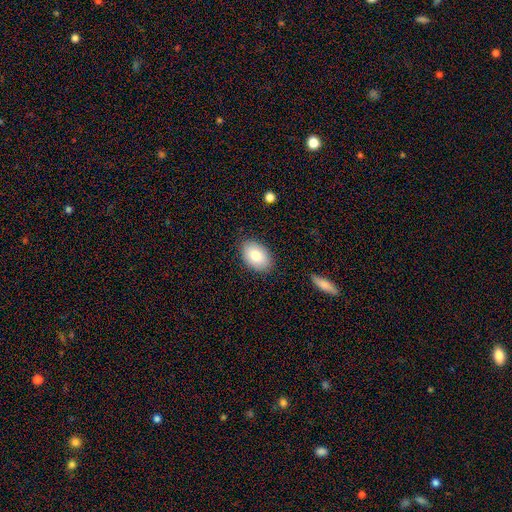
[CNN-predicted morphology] Q: Smooth or featured?
A: smooth (80%); runner-up: featured or disk (13%)
Q: How rounded?
A: in between (86%); runner-up: round (12%)
Q: Merging?
A: none (86%); runner-up: minor disturbance (11%)